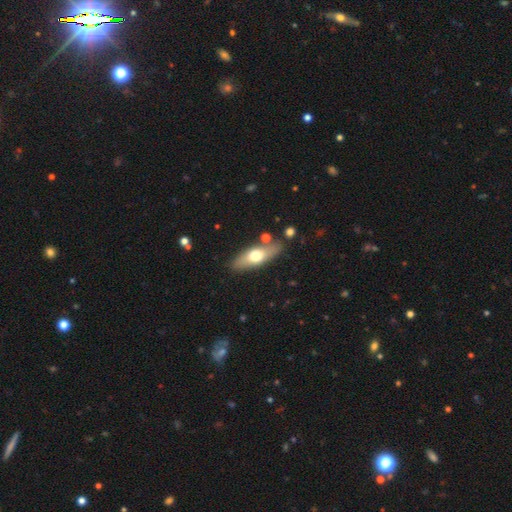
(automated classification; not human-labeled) Q: Smooth or featured?
A: smooth (57%); runner-up: featured or disk (37%)
Q: How rounded?
A: in between (59%); runner-up: cigar-shaped (38%)
Q: Merging?
A: none (83%); runner-up: minor disturbance (11%)